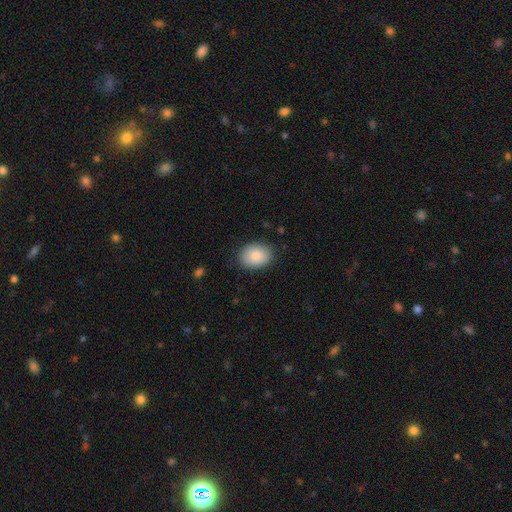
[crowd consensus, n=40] smooth-or-featured: smooth: 95% | featured or disk: 5% | star or artifact: 0%
  how-rounded: round: 71% | in between: 29% | cigar-shaped: 0%
  merging: none: 85% | minor disturbance: 10% | major disturbance: 2% | merger: 2%